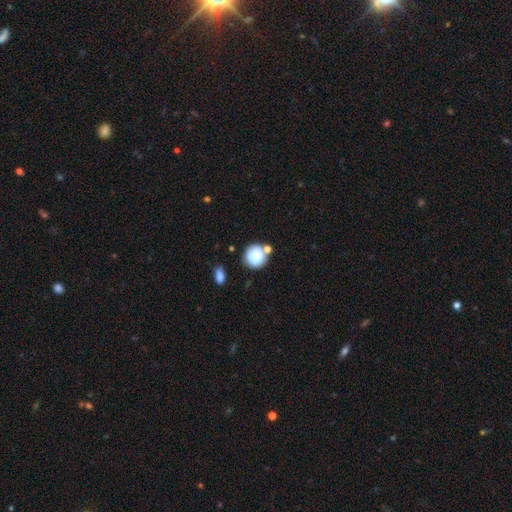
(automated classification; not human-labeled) Smooth or featured: smooth — 82% (featured or disk — 10%)
How rounded: round — 89% (in between — 10%)
Merging: none — 62% (merger — 19%)